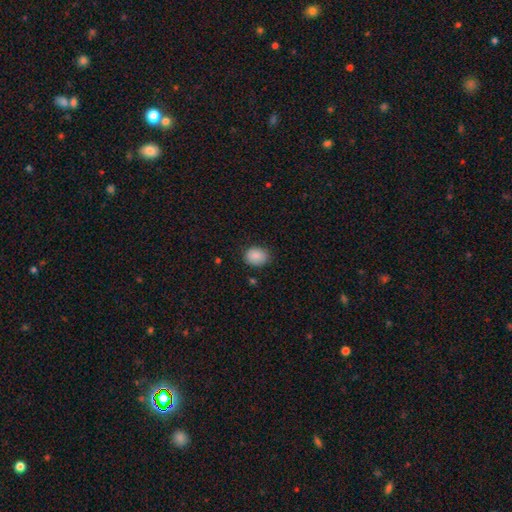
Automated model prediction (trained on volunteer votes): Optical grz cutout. It shows a smooth galaxy with no disk features (88%) that is in between round and cigar-shaped (55%). Merging: none (82%).